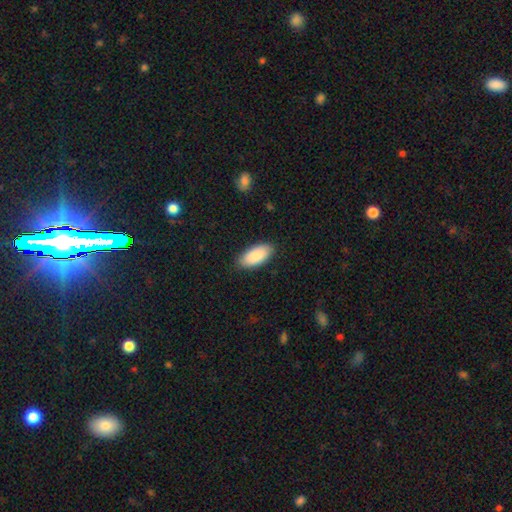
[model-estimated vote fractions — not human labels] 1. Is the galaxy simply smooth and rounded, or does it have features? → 89% smooth, 5% star or artifact, 5% featured or disk.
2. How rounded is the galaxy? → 92% in between, 7% cigar-shaped, 2% round.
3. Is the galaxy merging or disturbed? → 87% none, 10% minor disturbance, 2% major disturbance, 1% merger.